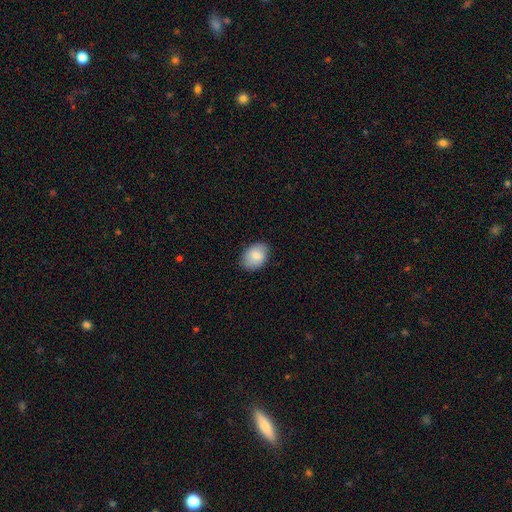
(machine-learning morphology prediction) A smooth galaxy with no disk features (83%) that is in between round and cigar-shaped (76%). Merging: none (83%).